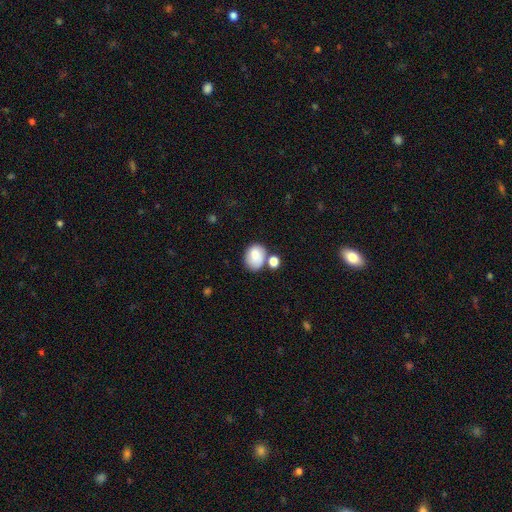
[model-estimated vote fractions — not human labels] The model was most divided on "how rounded": in between: 59%, round: 40%, cigar-shaped: 1%. Remaining: smooth or featured — smooth (79%); merging — none (49%).